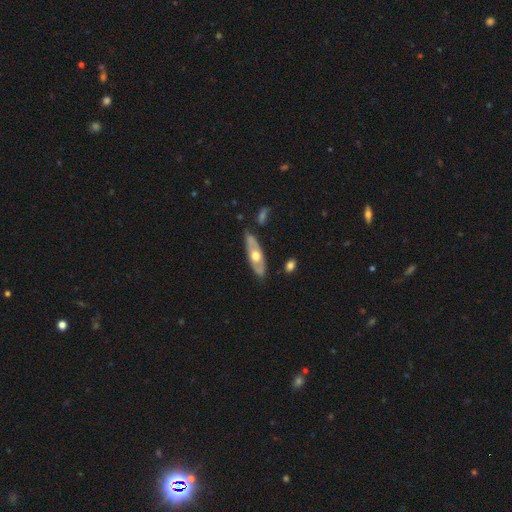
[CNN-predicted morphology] Smooth or featured? Predicted: featured or disk (p=0.58). Edge-on disk? Predicted: no (p=0.64). Merging? Predicted: none (p=0.78).